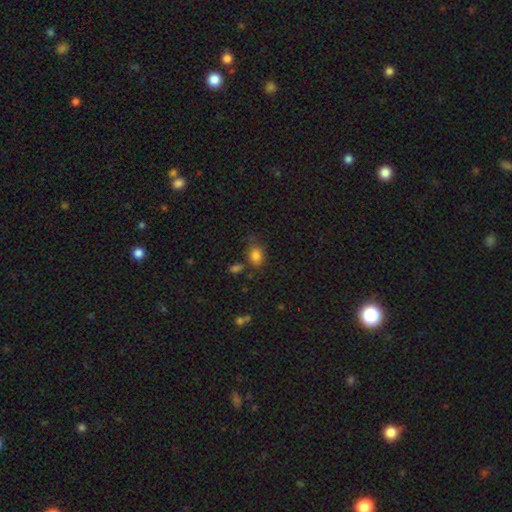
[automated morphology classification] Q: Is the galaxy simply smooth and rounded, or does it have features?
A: smooth — 83%.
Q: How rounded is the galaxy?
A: in between — 67%.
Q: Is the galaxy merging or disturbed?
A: none — 64%.